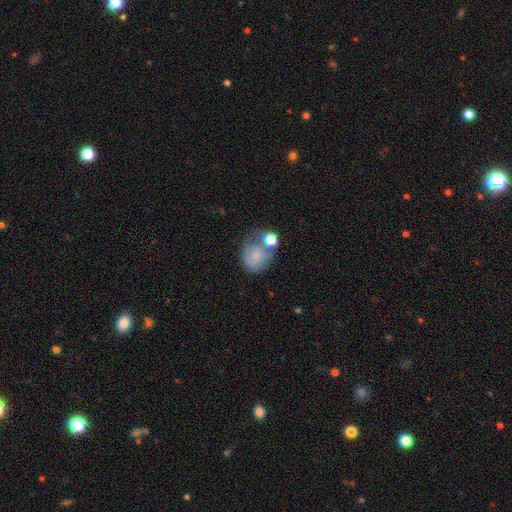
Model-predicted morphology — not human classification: smooth-or-featured: smooth: 67% | featured or disk: 23% | star or artifact: 10%
  how-rounded: round: 64% | in between: 35% | cigar-shaped: 1%
  merging: none: 36% | minor disturbance: 24% | merger: 22% | major disturbance: 19%